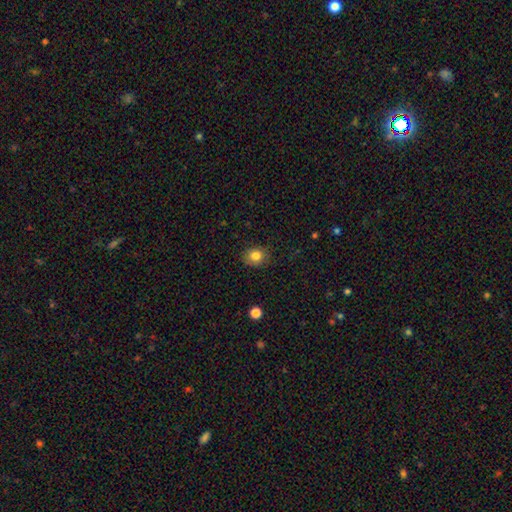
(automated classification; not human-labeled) Smooth or featured? Predicted: smooth (p=0.82). How rounded? Predicted: round (p=0.62). Merging? Predicted: none (p=0.83).